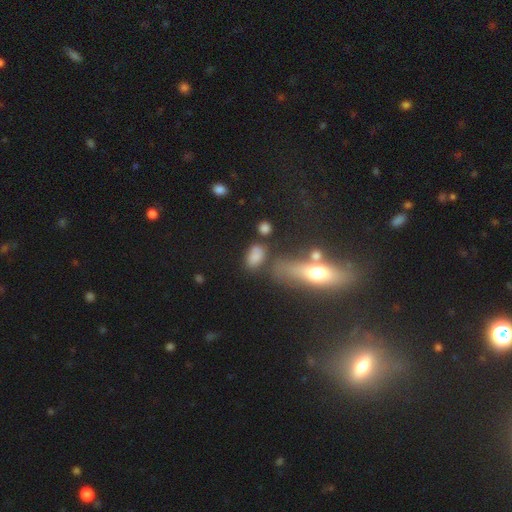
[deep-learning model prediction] A smooth galaxy with no disk features (69%) that is in between round and cigar-shaped (75%). Merging: none (50%).